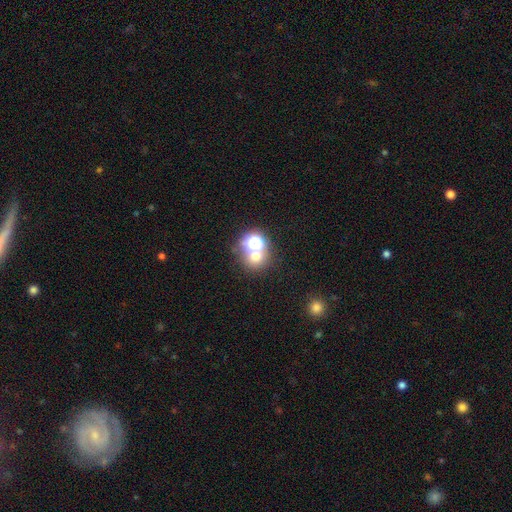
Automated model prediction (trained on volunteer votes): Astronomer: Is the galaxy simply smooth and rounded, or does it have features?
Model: smooth — 55% (runner-up: star or artifact, 35%).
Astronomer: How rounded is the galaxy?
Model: round — 83%.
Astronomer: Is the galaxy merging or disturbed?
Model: none — 57%.